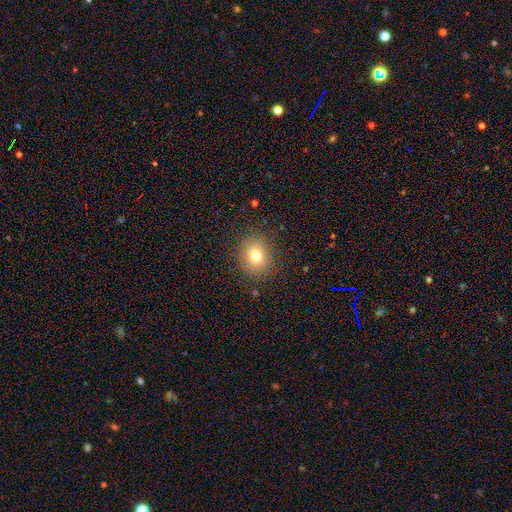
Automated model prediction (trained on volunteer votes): Morphology: type=smooth (76%); roundness=round (66%); merging=none (87%).